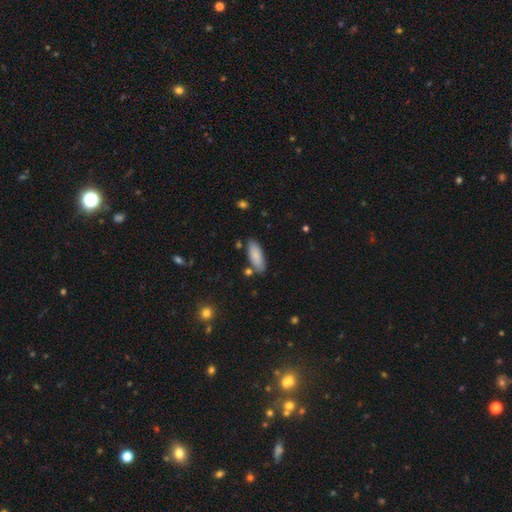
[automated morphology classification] type=smooth (86%); roundness=in between (72%); merging=none (79%).